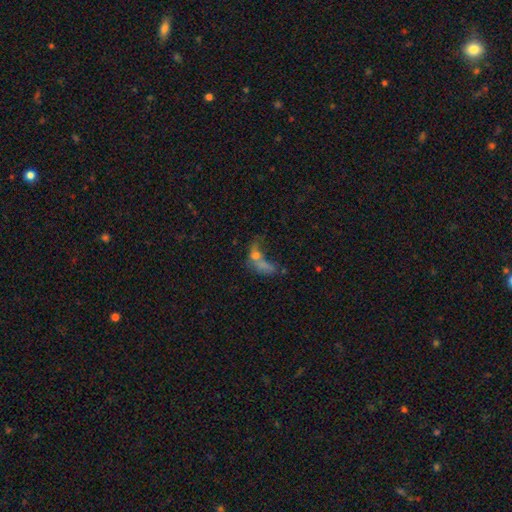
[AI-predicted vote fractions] A smooth galaxy with no disk features (57%) that is in between round and cigar-shaped (68%).

Vote fractions:
- Smooth or featured? smooth: 57% / featured or disk: 28% / star or artifact: 16%
- How rounded? in between: 68% / round: 19% / cigar-shaped: 14%
- Merging? merger: 54% / major disturbance: 21% / none: 17% / minor disturbance: 9%